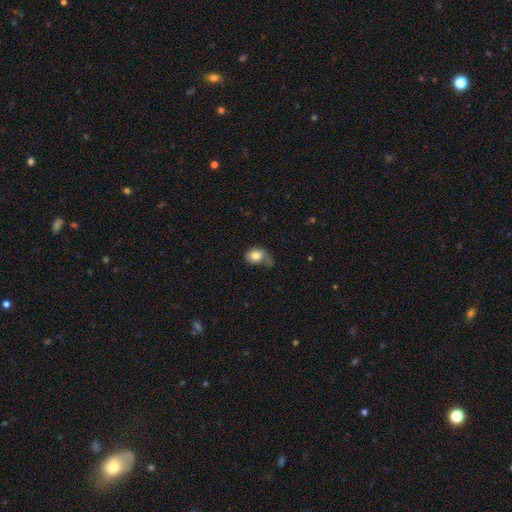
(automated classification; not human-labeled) The model was most divided on "merging": minor disturbance: 36%, none: 31%, major disturbance: 27%, merger: 6%. More confident: smooth or featured — smooth (80%); how rounded — in between (62%).